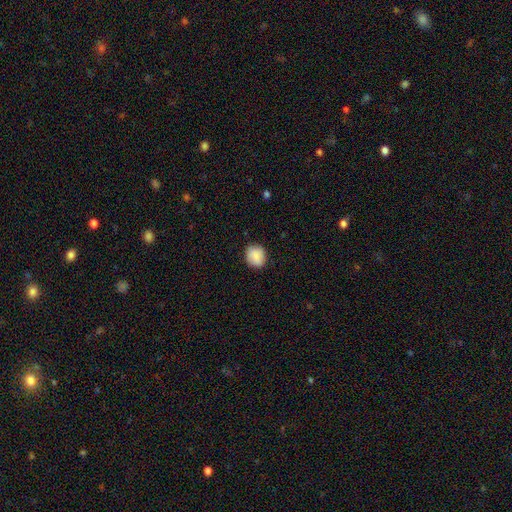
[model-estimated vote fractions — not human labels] Overall: smooth (87%). How rounded: round (74%). Merging: none (83%).